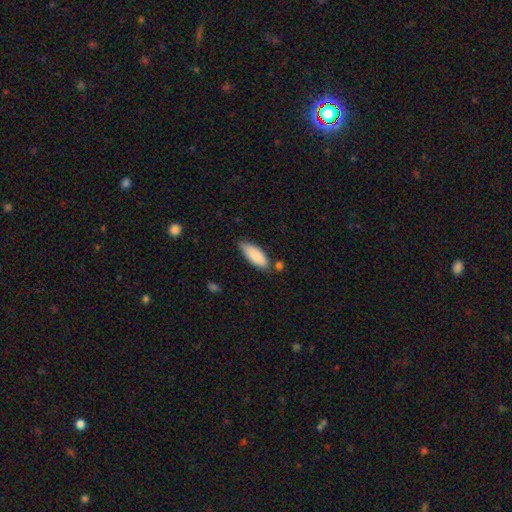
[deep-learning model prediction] Overall: smooth (87%). How rounded: in between (72%). Merging: none (67%).